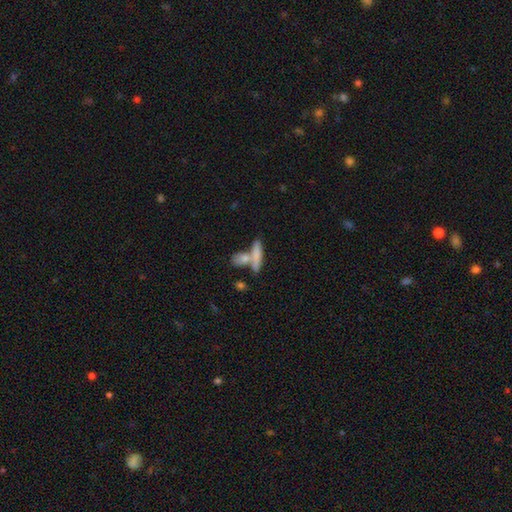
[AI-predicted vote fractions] The model was most divided on "merging": none: 52%, merger: 34%, minor disturbance: 10%, major disturbance: 4%. More confident: smooth or featured — smooth (71%); how rounded — cigar-shaped (71%).